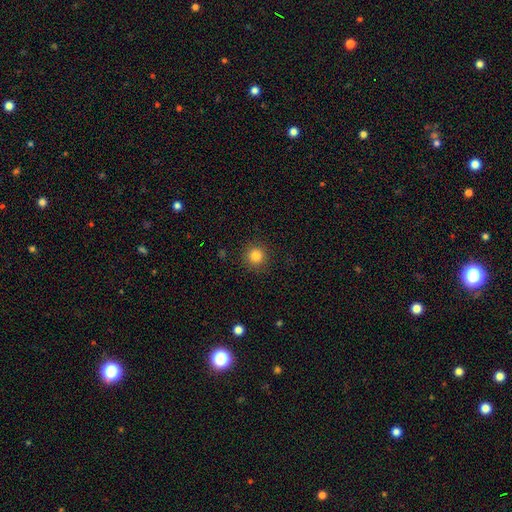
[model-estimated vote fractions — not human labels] Morphology: type=smooth (83%); roundness=round (95%); merging=none (90%).